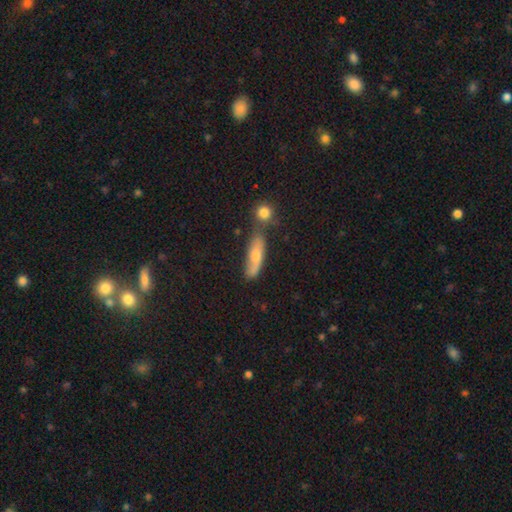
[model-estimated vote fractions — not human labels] Smooth or featured? Predicted: smooth (p=0.56). How rounded? Predicted: cigar-shaped (p=0.56). Merging? Predicted: none (p=0.59).